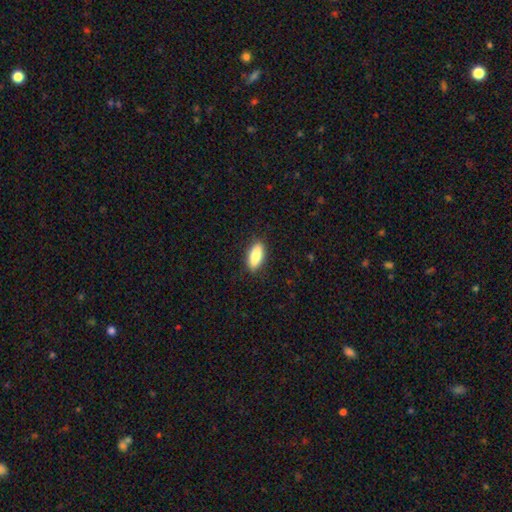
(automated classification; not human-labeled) A smooth galaxy with no disk features (85%) that is in between round and cigar-shaped (76%).

Vote fractions:
- Smooth or featured? smooth: 85% / featured or disk: 9% / star or artifact: 6%
- How rounded? in between: 76% / cigar-shaped: 22% / round: 2%
- Merging? none: 87% / minor disturbance: 10% / major disturbance: 2% / merger: 1%